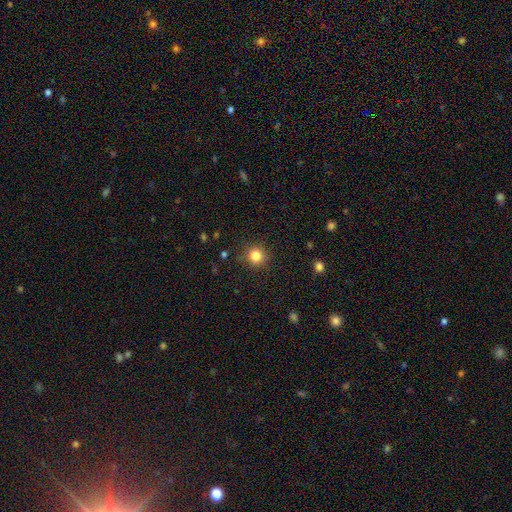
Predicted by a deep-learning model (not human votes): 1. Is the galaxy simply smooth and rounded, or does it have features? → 83% smooth, 12% star or artifact, 5% featured or disk.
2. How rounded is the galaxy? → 92% round, 7% in between, 1% cigar-shaped.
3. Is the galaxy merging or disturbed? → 88% none, 9% minor disturbance, 3% major disturbance, 1% merger.